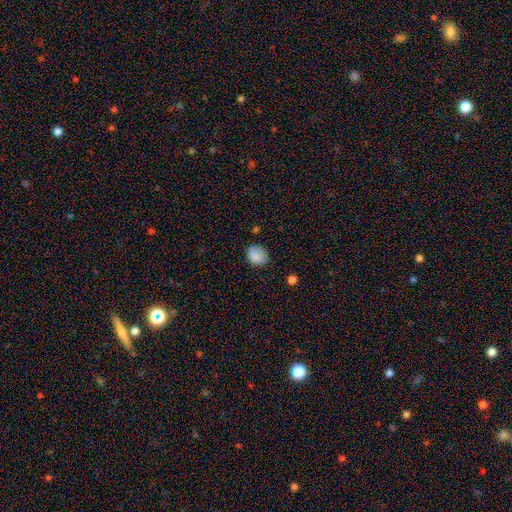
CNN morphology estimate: This appears to be a smooth galaxy with no disk features (86%) that is round (52%). Merging: none (76%).